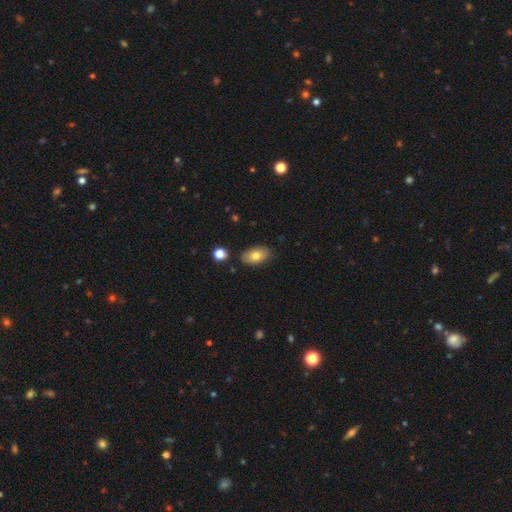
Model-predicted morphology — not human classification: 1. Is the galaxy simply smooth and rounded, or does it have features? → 78% smooth, 15% featured or disk, 8% star or artifact.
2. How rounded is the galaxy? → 92% in between, 6% round, 2% cigar-shaped.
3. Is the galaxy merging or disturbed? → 83% none, 12% minor disturbance, 3% merger, 2% major disturbance.